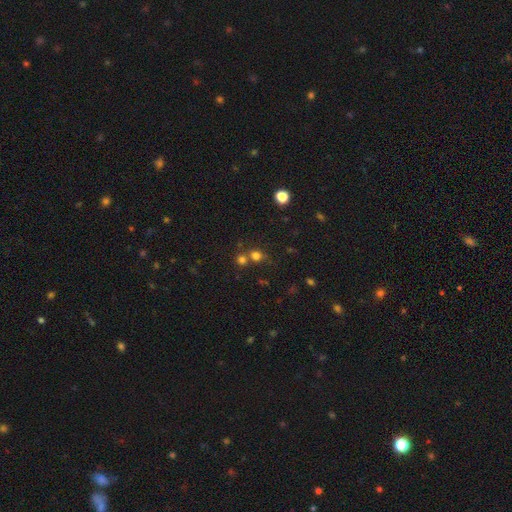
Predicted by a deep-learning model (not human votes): Overall: smooth (72%). How rounded: round (83%). Merging: none (55%; merger 33%).